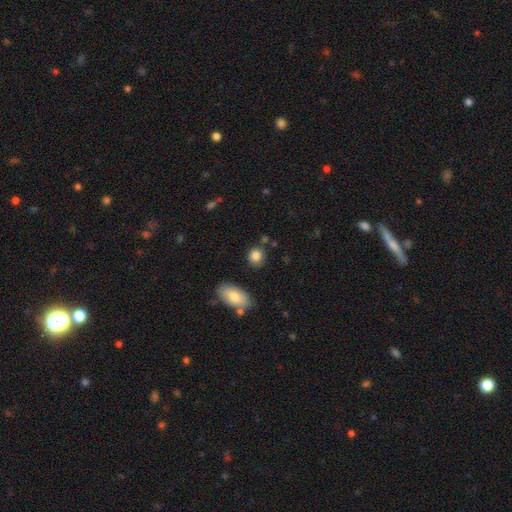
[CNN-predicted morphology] A smooth galaxy with no disk features (85%) that is round (75%). Merging: none (79%).